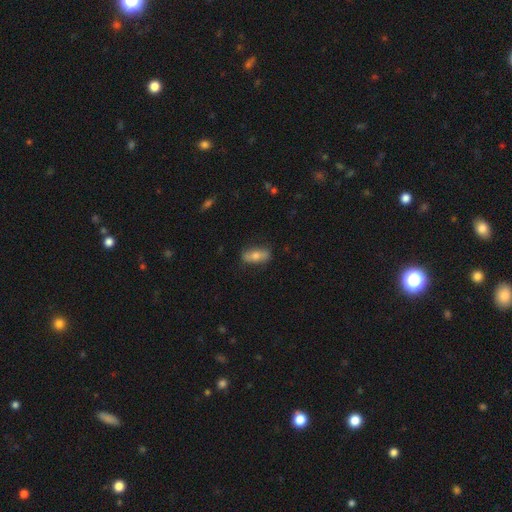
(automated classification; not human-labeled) This is likely a smooth galaxy (61%). How rounded: likely in between (72%). Merging: likely none (80%).